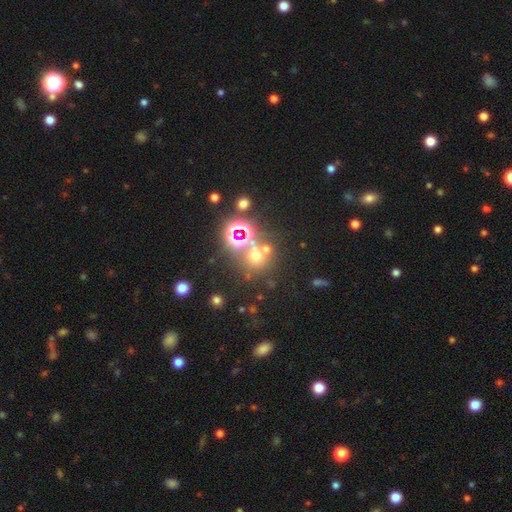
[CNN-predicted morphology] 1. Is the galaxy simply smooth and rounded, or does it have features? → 48% smooth, 41% star or artifact, 11% featured or disk.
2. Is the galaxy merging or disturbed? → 62% none, 22% merger, 10% minor disturbance, 6% major disturbance.